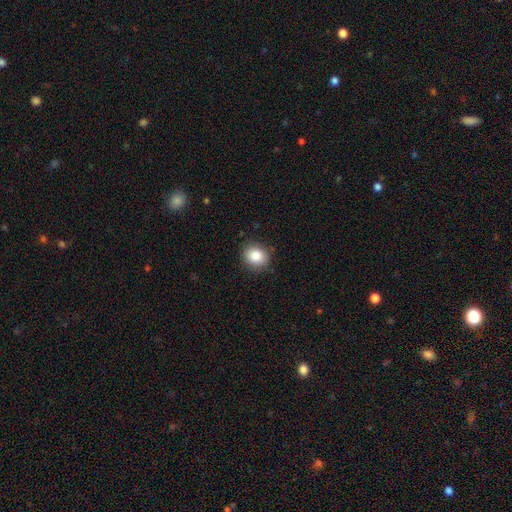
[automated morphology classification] This is clearly a smooth galaxy (84%). How rounded: likely round (78%). Merging: clearly none (88%).